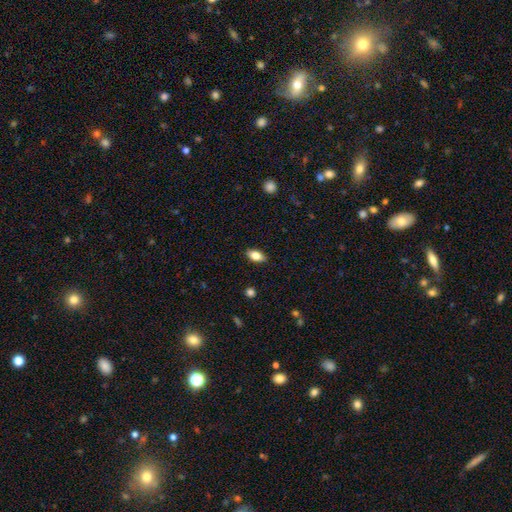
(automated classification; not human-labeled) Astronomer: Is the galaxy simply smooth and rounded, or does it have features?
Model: smooth — 78%.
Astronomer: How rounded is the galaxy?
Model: in between — 88%.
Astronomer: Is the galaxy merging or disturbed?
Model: none — 88%.